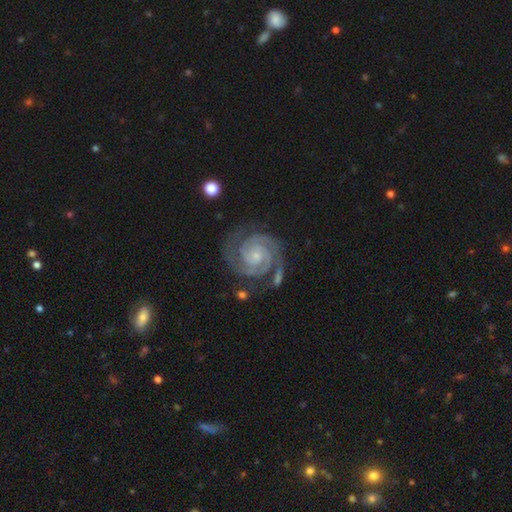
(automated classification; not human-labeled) smooth-or-featured: featured or disk: 93% | star or artifact: 4% | smooth: 3%
  disk-edge-on: no: 98% | yes: 2%
    bar: no: 66% | weak: 24% | strong: 10%
    has-spiral-arms: yes: 99% | no: 1%
      spiral-winding: tight: 81% | medium: 17% | loose: 2%
      spiral-arm-count: 2: 78% | 3: 12% | can't tell: 3% | 4: 2% | more than 4: 2% | 1: 2%
    bulge-size: small: 75% | moderate: 16% | none: 7% | large: 1% | dominant: 1%
  merging: none: 76% | minor disturbance: 15% | major disturbance: 5% | merger: 4%